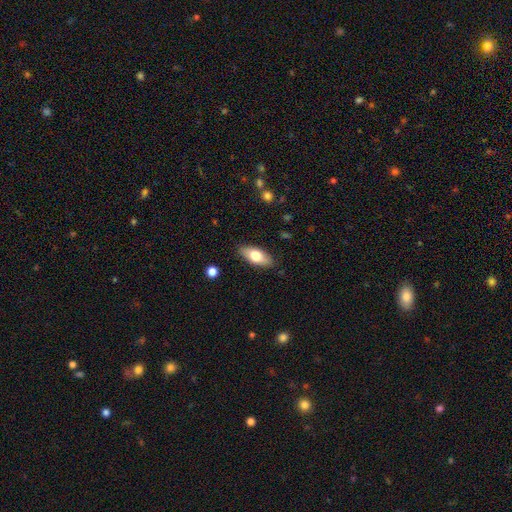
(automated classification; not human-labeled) Smooth or featured? smooth (72%)
How rounded? in between (85%)
Merging? none (87%)